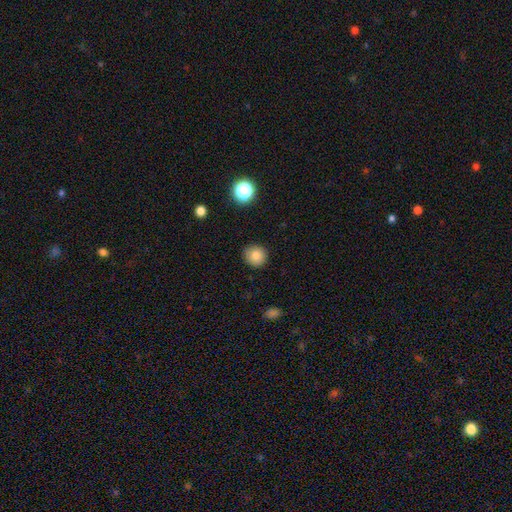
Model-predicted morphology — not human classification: Smooth or featured? Predicted: smooth (p=0.82). How rounded? Predicted: round (p=0.91). Merging? Predicted: none (p=0.90).